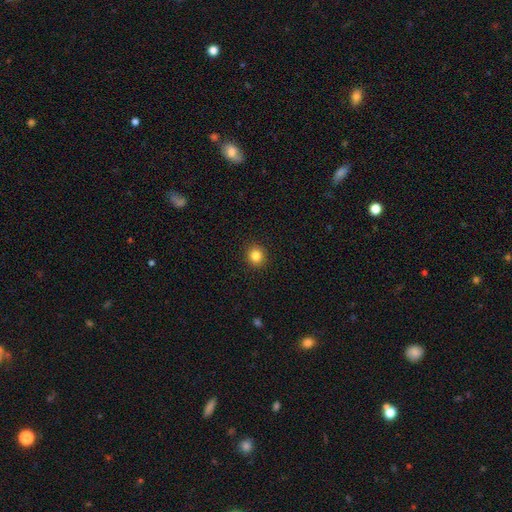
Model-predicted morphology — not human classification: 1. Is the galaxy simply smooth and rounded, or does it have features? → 84% smooth, 11% star or artifact, 5% featured or disk.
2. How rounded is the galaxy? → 88% round, 11% in between, 1% cigar-shaped.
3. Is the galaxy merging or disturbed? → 92% none, 5% minor disturbance, 2% major disturbance, 1% merger.